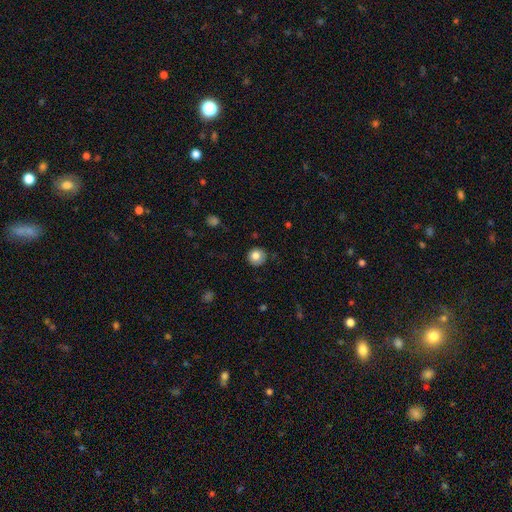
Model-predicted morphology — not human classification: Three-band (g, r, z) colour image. It shows a smooth galaxy with no disk features (81%) that is round (93%). Merging: none (86%).